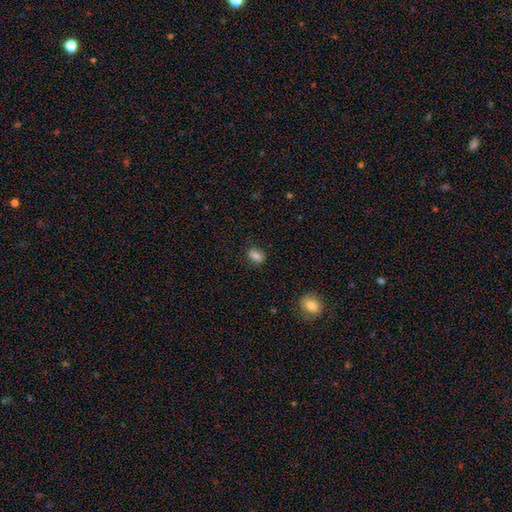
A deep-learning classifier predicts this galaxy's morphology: The model was most divided on "how rounded": in between: 62%, round: 36%, cigar-shaped: 2%. More confident: smooth or featured — smooth (79%); merging — none (79%).